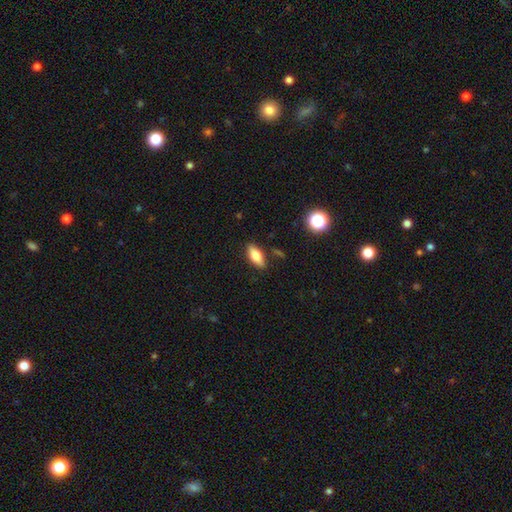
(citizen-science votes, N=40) smooth-or-featured: smooth: 68% | featured or disk: 22% | star or artifact: 10%
  how-rounded: in between: 78% | cigar-shaped: 15% | round: 7%
  merging: none: 81% | minor disturbance: 11% | merger: 6% | major disturbance: 3%